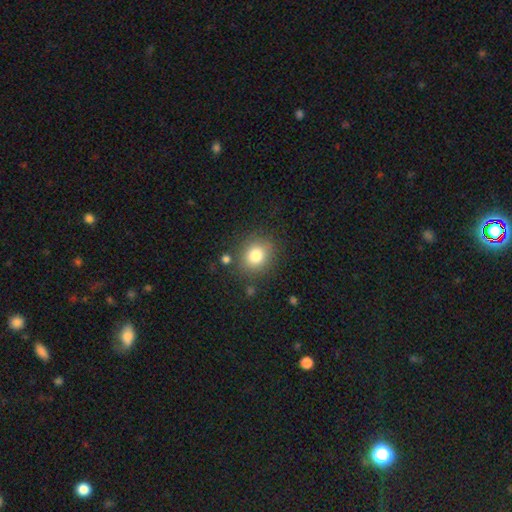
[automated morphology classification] type=smooth (81%); roundness=round (71%); merging=none (81%).